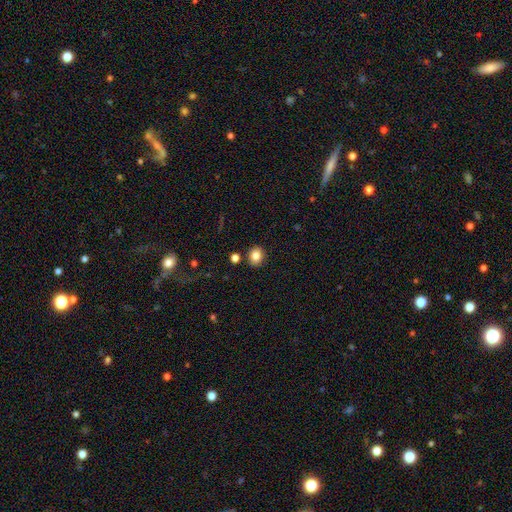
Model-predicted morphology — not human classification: Q: Smooth or featured?
A: smooth (84%); runner-up: star or artifact (10%)
Q: How rounded?
A: round (60%); runner-up: in between (39%)
Q: Merging?
A: none (86%); runner-up: minor disturbance (8%)